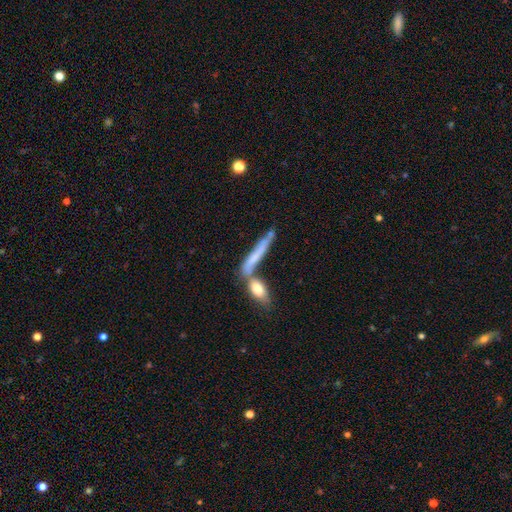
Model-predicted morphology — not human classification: A smooth galaxy with no disk features (58%) that is cigar-shaped (85%). Merging: none (47%).